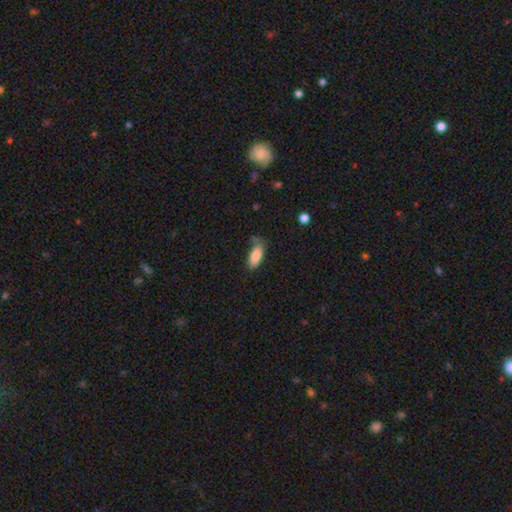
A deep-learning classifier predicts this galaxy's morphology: Smooth or featured?
  - smooth: 83% *
  - featured or disk: 10%
  - star or artifact: 7%
How rounded?
  - in between: 83% *
  - cigar-shaped: 15%
  - round: 2%
Merging?
  - none: 51% *
  - minor disturbance: 31%
  - major disturbance: 13%
  - merger: 5%